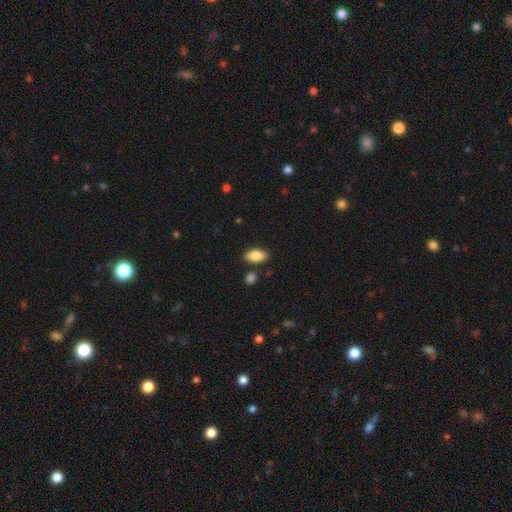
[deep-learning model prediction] This appears to be a smooth galaxy with no disk features (83%) that is in between round and cigar-shaped (90%). Merging: none (85%).